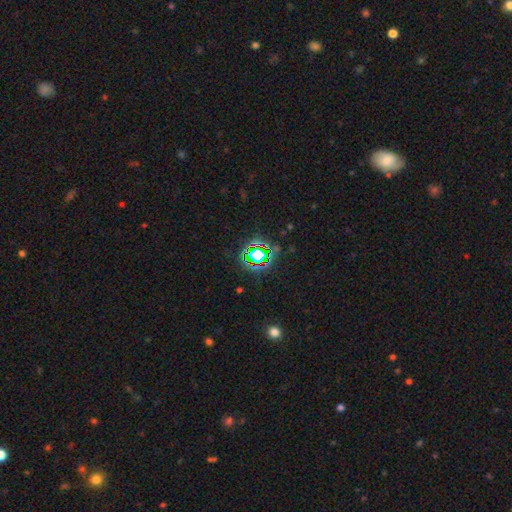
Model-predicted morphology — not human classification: This appears to be a star or artifact, not a galaxy (74%).